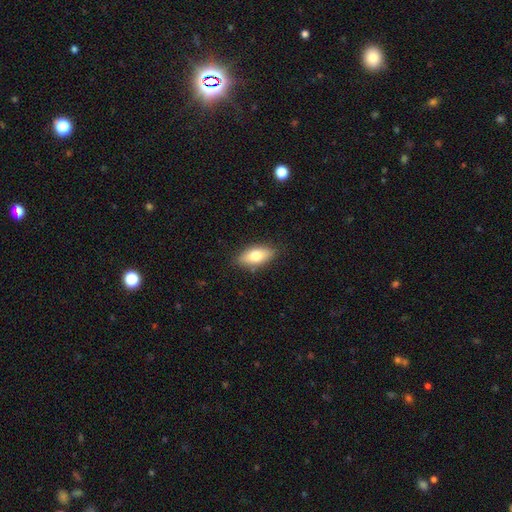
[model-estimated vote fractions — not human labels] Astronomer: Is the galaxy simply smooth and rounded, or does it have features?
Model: smooth — 75%.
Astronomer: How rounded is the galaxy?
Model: in between — 87%.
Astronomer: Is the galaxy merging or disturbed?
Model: none — 85%.